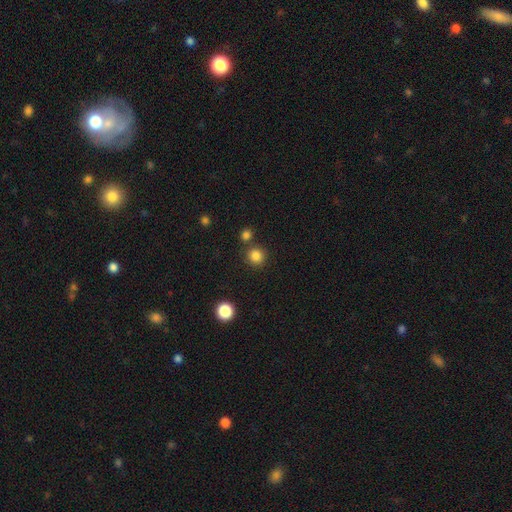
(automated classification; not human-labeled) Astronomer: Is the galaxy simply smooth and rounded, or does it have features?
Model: smooth — 83%.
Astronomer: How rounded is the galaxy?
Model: round — 93%.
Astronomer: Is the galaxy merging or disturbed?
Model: none — 79%.